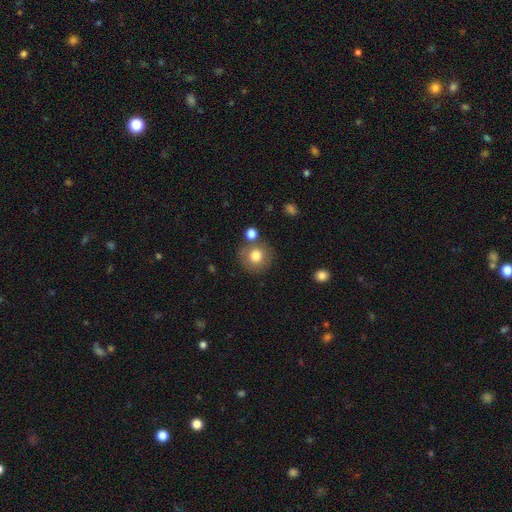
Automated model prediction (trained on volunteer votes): This is likely a smooth galaxy (78%). How rounded: clearly round (90%). Merging: likely none (74%).